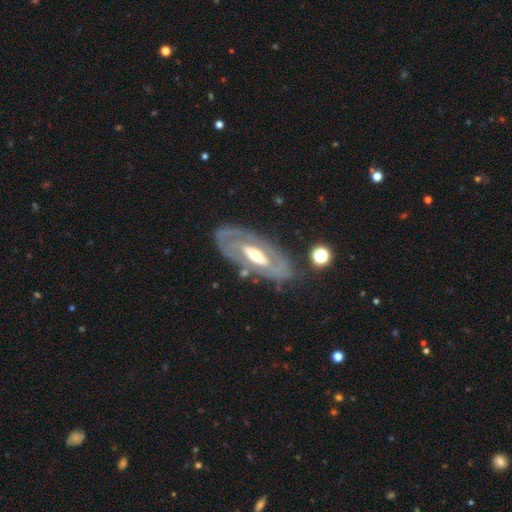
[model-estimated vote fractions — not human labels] Q: Smooth or featured?
A: featured or disk (78%); runner-up: smooth (17%)
Q: Edge-on disk?
A: no (87%); runner-up: yes (13%)
Q: Bar?
A: no (45%); runner-up: weak (32%)
Q: Spiral arms?
A: yes (57%); runner-up: no (43%)
Q: Bulge size?
A: moderate (63%); runner-up: small (19%)
Q: Merging?
A: none (75%); runner-up: minor disturbance (15%)